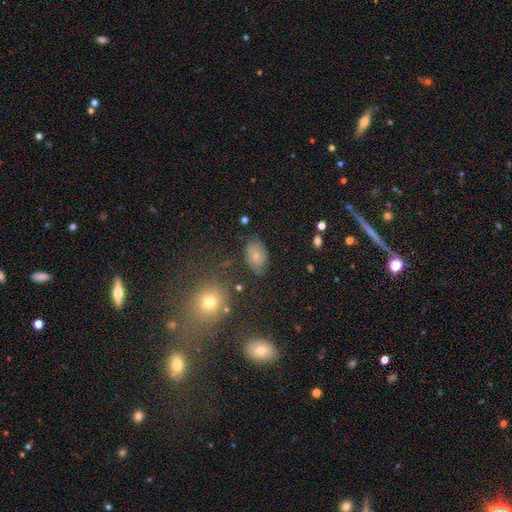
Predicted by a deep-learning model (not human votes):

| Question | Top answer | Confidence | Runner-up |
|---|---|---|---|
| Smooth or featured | smooth | 56% | featured or disk (30%) |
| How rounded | in between | 82% | round (17%) |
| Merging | none | 72% | minor disturbance (19%) |